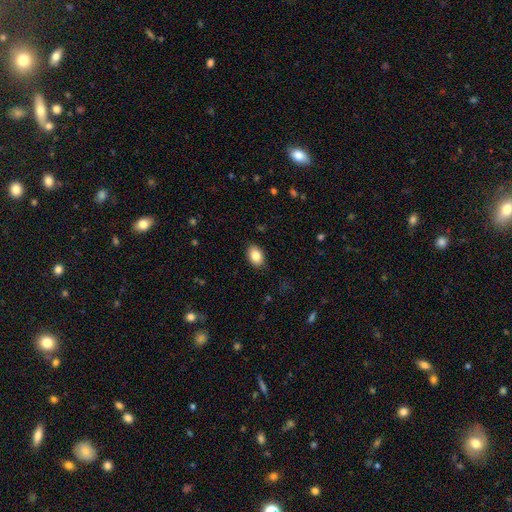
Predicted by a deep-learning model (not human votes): smooth 85%, featured or disk 8%, star or artifact 8%. Down the decision tree: how rounded — in between (83%); merging — none (88%).